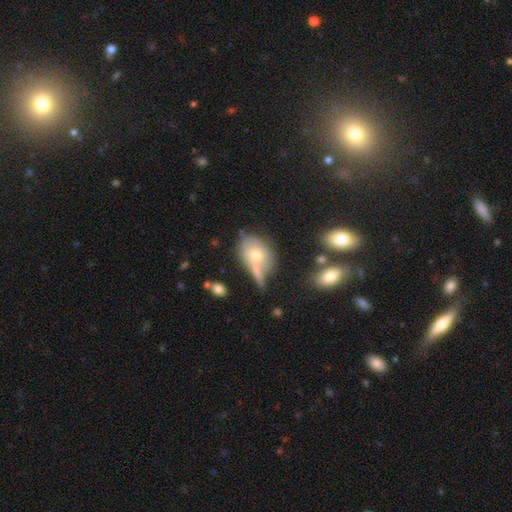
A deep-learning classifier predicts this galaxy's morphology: Smooth or featured? Predicted: smooth (p=0.62). How rounded? Predicted: in between (p=0.72). Merging? Predicted: none (p=0.37).